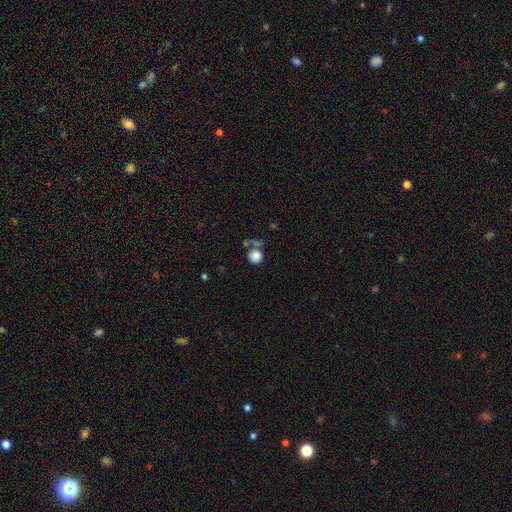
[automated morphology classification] type=smooth (83%); roundness=round (89%); merging=none (55%).